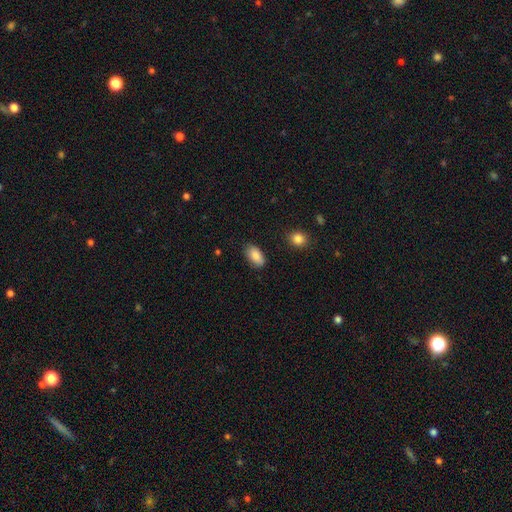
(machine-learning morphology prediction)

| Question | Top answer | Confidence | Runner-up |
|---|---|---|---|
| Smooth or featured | smooth | 86% | star or artifact (7%) |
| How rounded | in between | 93% | round (4%) |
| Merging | none | 83% | minor disturbance (13%) |